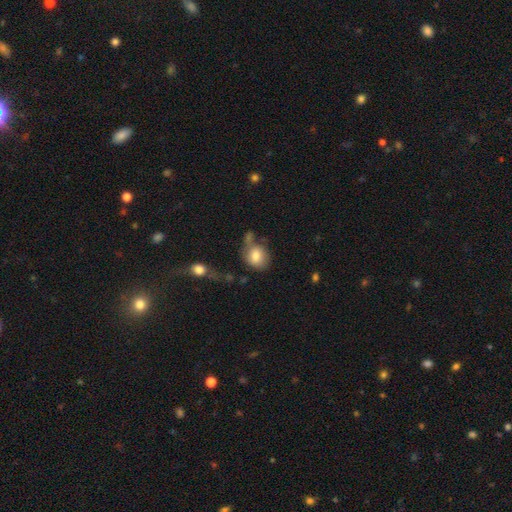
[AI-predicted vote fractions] Smooth or featured? Predicted: smooth (p=0.78). How rounded? Predicted: round (p=0.61). Merging? Predicted: none (p=0.48).